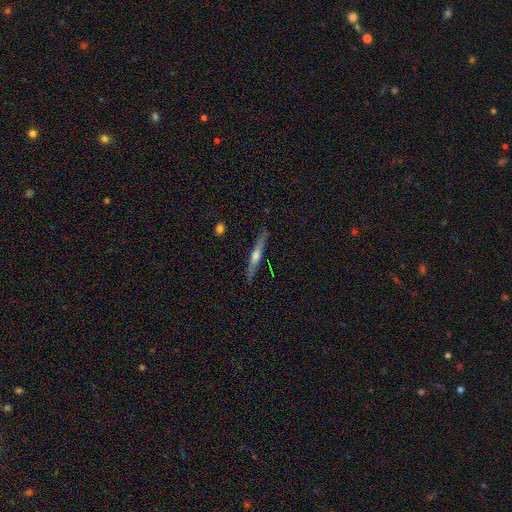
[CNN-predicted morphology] smooth-or-featured: featured or disk: 68% | smooth: 26% | star or artifact: 6%
  disk-edge-on: yes: 97% | no: 3%
    edge-on-bulge: rounded: 81% | none: 12% | boxy: 8%
  merging: none: 89% | minor disturbance: 9% | major disturbance: 2% | merger: 1%